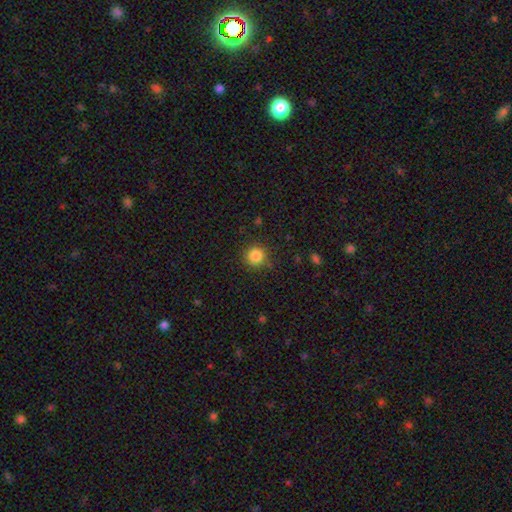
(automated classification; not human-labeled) The model was most divided on "smooth or featured": smooth: 85%, star or artifact: 11%, featured or disk: 4%. More confident: how rounded — round (94%); merging — none (86%).